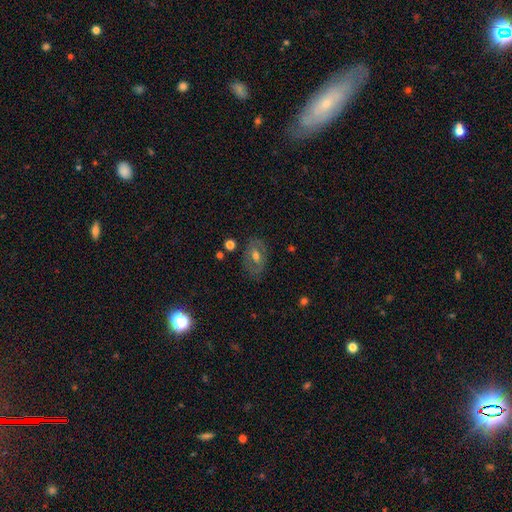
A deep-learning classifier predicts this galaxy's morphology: This appears to be a featured or disk galaxy (57%) with no bar (50%), no spiral arms (60%) and a moderate central bulge (68%). Merging: none (78%).